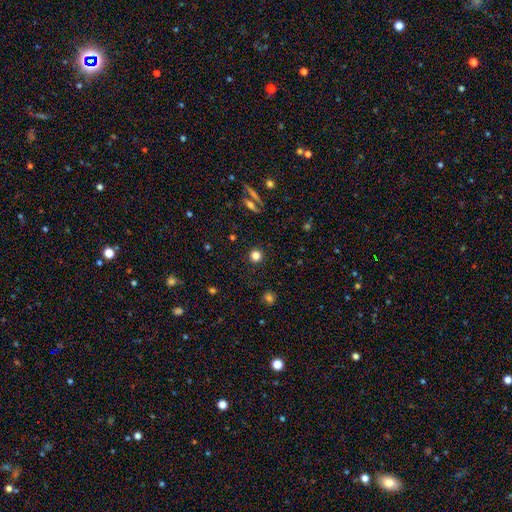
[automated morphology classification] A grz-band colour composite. It shows a smooth galaxy with no disk features (81%) that is round (94%). Merging: none (91%).